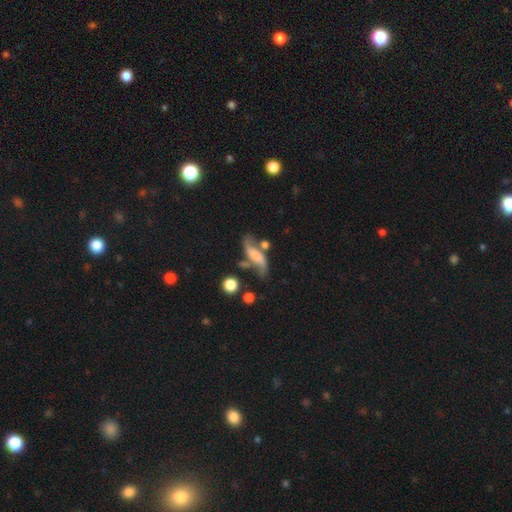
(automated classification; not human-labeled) Smooth or featured?
  - featured or disk: 56% *
  - smooth: 35%
  - star or artifact: 9%
Edge-on disk?
  - no: 82% *
  - yes: 18%
Merging?
  - none: 44% *
  - minor disturbance: 22%
  - merger: 18%
  - major disturbance: 15%